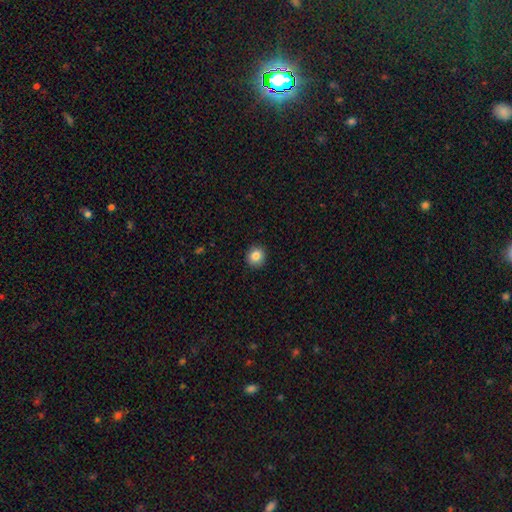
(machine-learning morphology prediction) Smooth or featured?
  - smooth: 85% *
  - star or artifact: 9%
  - featured or disk: 6%
How rounded?
  - round: 87% *
  - in between: 12%
  - cigar-shaped: 1%
Merging?
  - none: 91% *
  - minor disturbance: 6%
  - major disturbance: 2%
  - merger: 1%